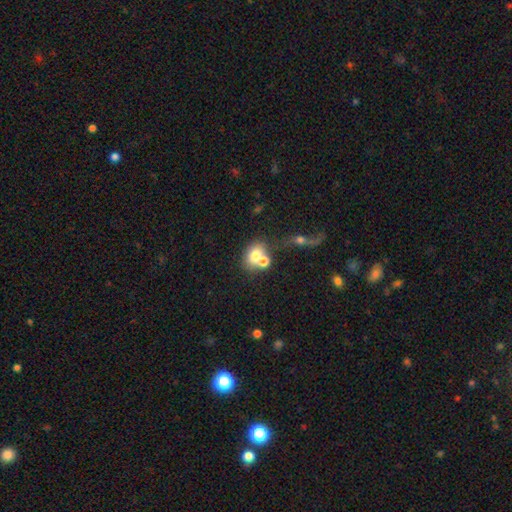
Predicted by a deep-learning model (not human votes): smooth_or_featured: smooth (p=0.70) [alt: featured or disk p=0.19]
how_rounded: in between (p=0.58) [alt: round p=0.41]
merging: merger (p=0.47) [alt: none p=0.37]